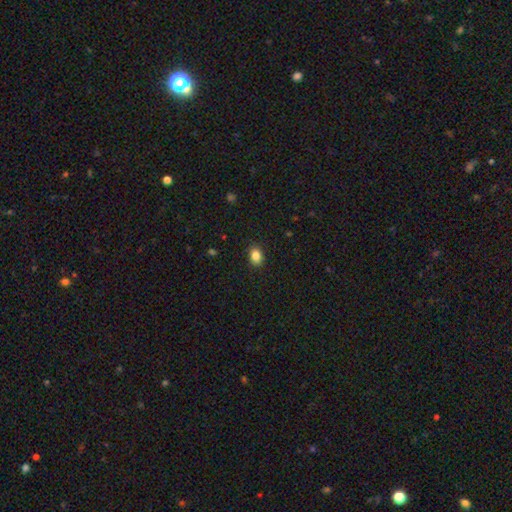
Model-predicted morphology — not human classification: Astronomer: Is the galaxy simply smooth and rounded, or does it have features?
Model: smooth — 86%.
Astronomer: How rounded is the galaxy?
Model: in between — 71%.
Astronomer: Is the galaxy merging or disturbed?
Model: none — 89%.